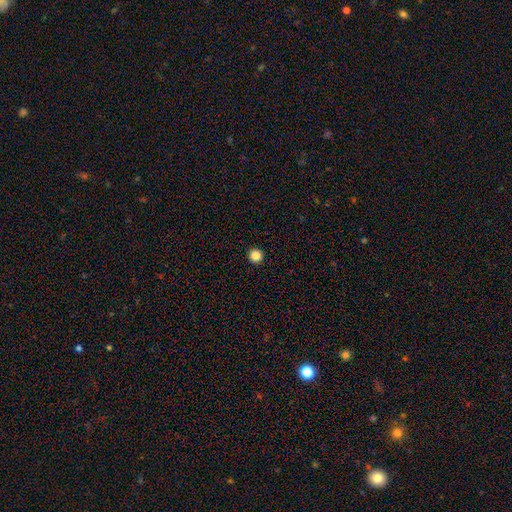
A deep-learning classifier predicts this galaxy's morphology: Overall: smooth (86%). How rounded: round (96%). Merging: none (94%).